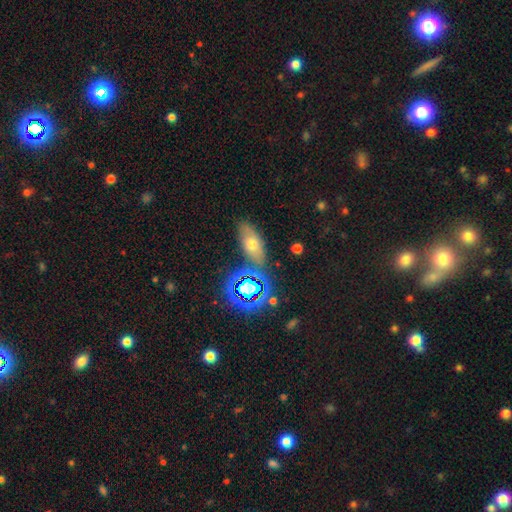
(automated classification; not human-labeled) Smooth or featured?
  - smooth: 41% *
  - star or artifact: 32%
  - featured or disk: 26%
Merging?
  - none: 66% *
  - minor disturbance: 14%
  - merger: 13%
  - major disturbance: 7%